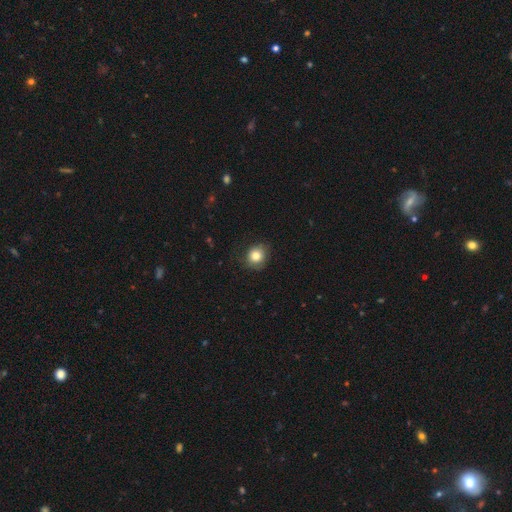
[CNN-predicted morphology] A smooth galaxy with no disk features (81%) that is round (81%). Merging: none (78%).